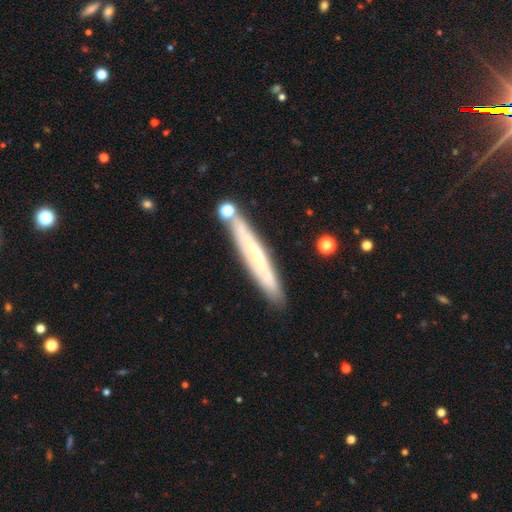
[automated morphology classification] A featured or disk galaxy (52%) viewed edge-on (82%). Merging: none (82%).